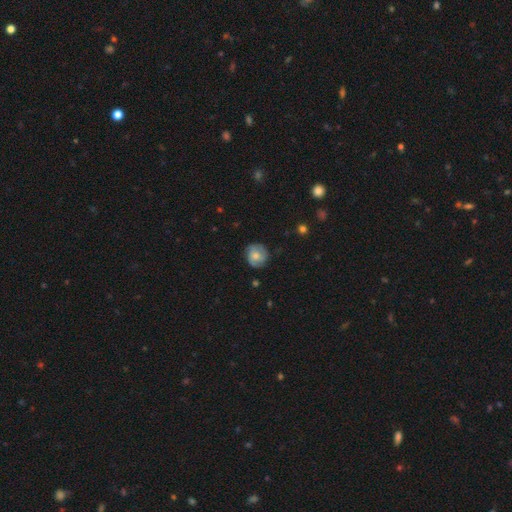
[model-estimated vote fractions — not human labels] Smooth or featured?
  - smooth: 48% *
  - featured or disk: 44%
  - star or artifact: 8%
Merging?
  - none: 76% *
  - minor disturbance: 18%
  - major disturbance: 4%
  - merger: 1%